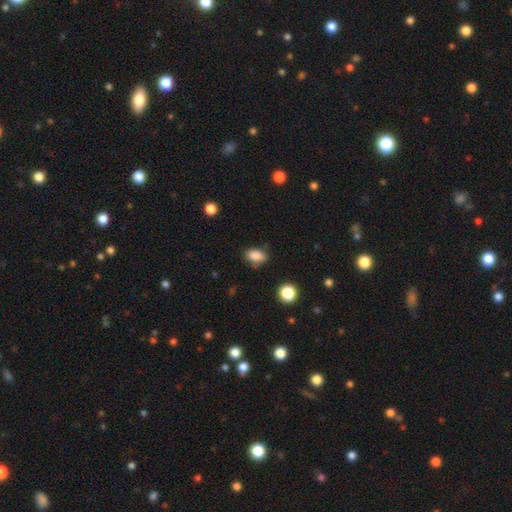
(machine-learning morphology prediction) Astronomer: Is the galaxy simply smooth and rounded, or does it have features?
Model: smooth — 86%.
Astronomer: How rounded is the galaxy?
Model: in between — 81%.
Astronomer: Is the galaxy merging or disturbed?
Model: none — 74%.